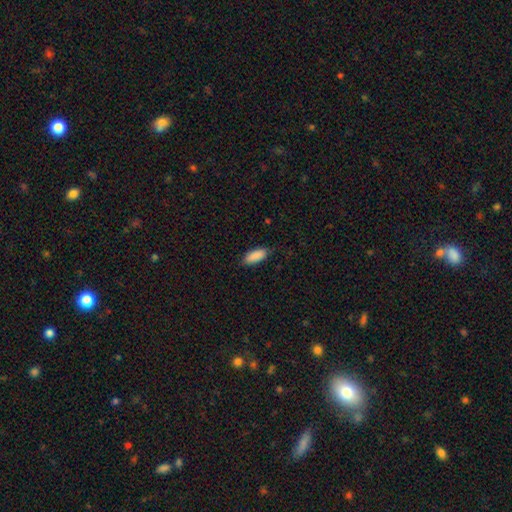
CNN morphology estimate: smooth-or-featured: smooth: 90% | star or artifact: 6% | featured or disk: 4%
  how-rounded: in between: 79% | cigar-shaped: 19% | round: 2%
  merging: none: 81% | minor disturbance: 15% | major disturbance: 3% | merger: 1%